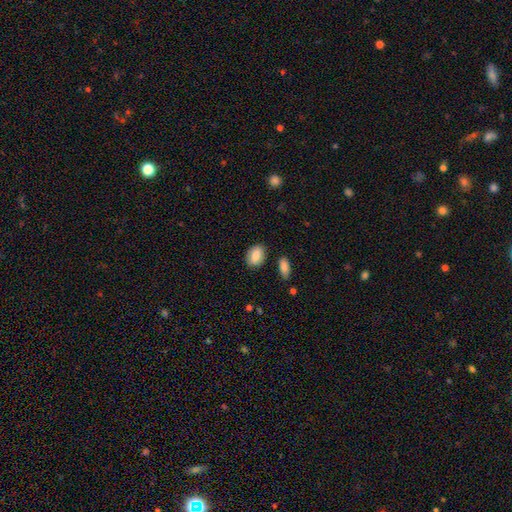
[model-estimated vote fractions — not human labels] This appears to be a smooth galaxy with no disk features (82%) that is in between round and cigar-shaped (80%). Merging: none (82%).